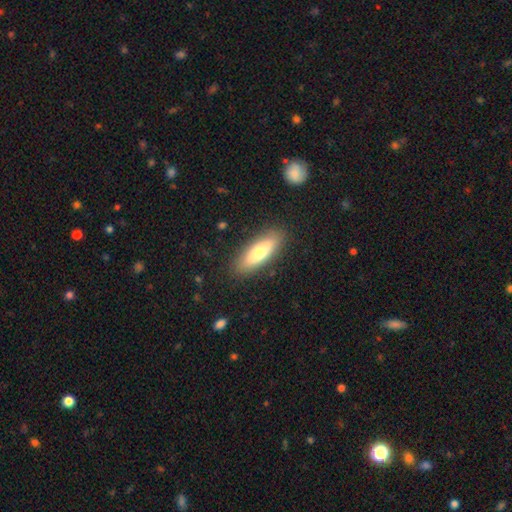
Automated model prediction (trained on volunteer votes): Smooth or featured? Predicted: smooth (p=0.73). How rounded? Predicted: in between (p=0.53). Merging? Predicted: none (p=0.86).